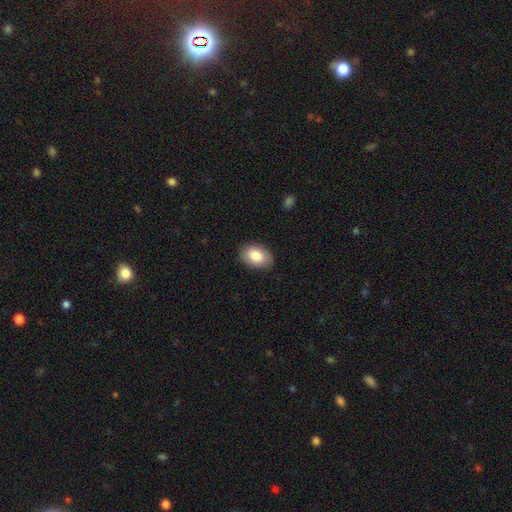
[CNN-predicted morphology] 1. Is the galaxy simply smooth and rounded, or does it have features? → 83% smooth, 11% featured or disk, 6% star or artifact.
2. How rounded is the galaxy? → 89% in between, 10% round, 1% cigar-shaped.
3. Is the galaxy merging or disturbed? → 86% none, 11% minor disturbance, 2% major disturbance, 1% merger.